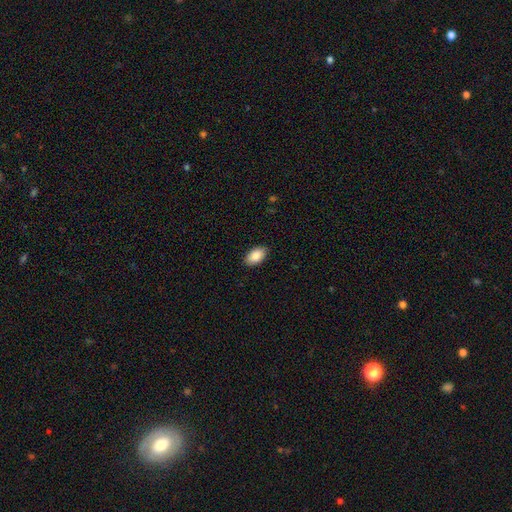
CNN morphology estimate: This is clearly a smooth galaxy (87%). How rounded: clearly in between (93%). Merging: clearly none (88%).